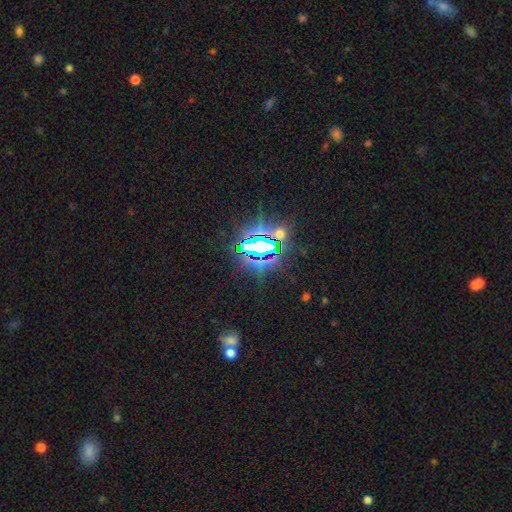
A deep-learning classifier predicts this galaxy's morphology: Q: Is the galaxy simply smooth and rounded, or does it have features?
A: star or artifact — 83%.